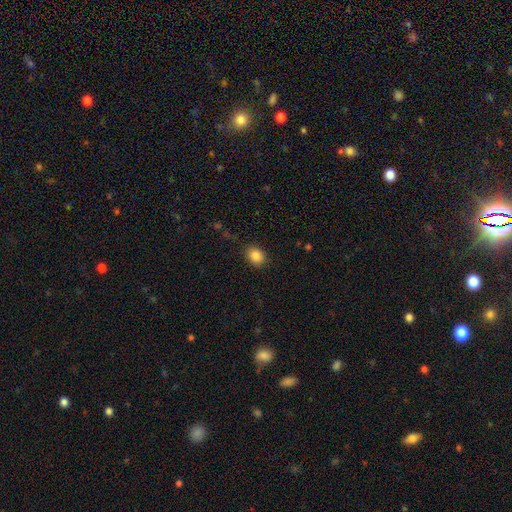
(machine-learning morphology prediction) Smooth or featured? smooth (86%)
How rounded? in between (54%)
Merging? none (88%)